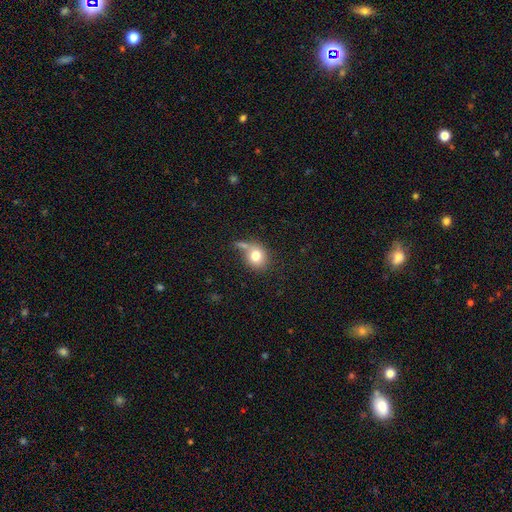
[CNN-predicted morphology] Overall: smooth (77%). How rounded: round (72%). Merging: none (43%; minor disturbance 20%).